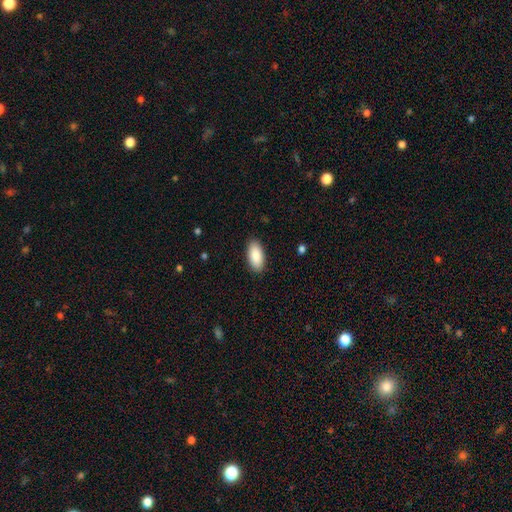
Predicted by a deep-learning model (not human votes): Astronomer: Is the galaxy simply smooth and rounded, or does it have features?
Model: smooth — 89%.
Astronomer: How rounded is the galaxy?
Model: in between — 93%.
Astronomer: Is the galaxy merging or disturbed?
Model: none — 89%.